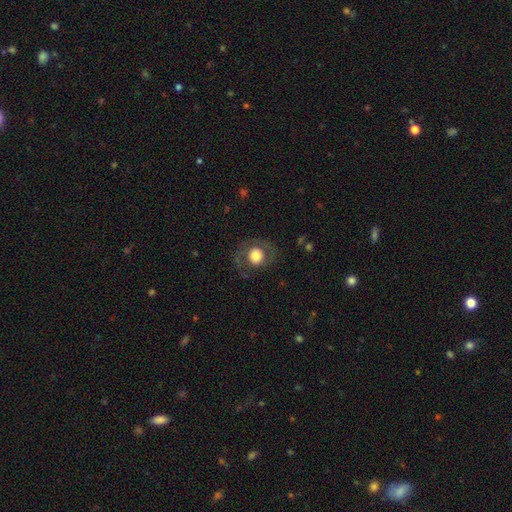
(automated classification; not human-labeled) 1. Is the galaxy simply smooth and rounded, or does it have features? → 63% smooth, 28% featured or disk, 8% star or artifact.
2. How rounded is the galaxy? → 82% round, 17% in between, 1% cigar-shaped.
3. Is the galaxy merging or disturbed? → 73% none, 14% minor disturbance, 12% major disturbance, 1% merger.